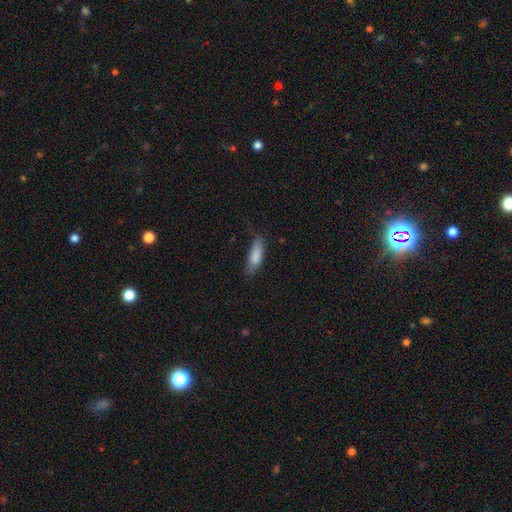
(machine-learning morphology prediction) smooth-or-featured: smooth: 84% | featured or disk: 10% | star or artifact: 6%
  how-rounded: in between: 60% | cigar-shaped: 38% | round: 2%
  merging: none: 61% | minor disturbance: 29% | major disturbance: 8% | merger: 2%